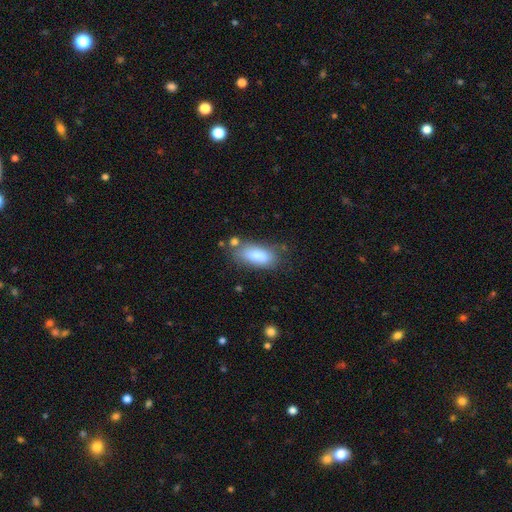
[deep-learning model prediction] smooth 80%, featured or disk 13%, star or artifact 7%. Down the decision tree: how rounded — in between (84%); merging — none (61%).